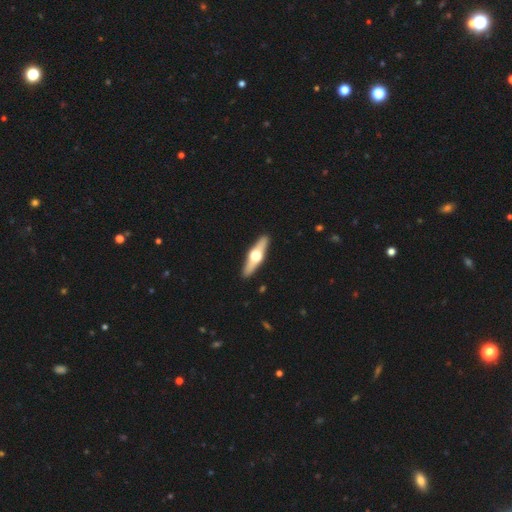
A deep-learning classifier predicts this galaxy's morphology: This is likely a featured or disk galaxy (68%). It is clearly viewed edge-on (95%). Edge-on bulge: clearly rounded (96%). Merging: clearly none (91%).